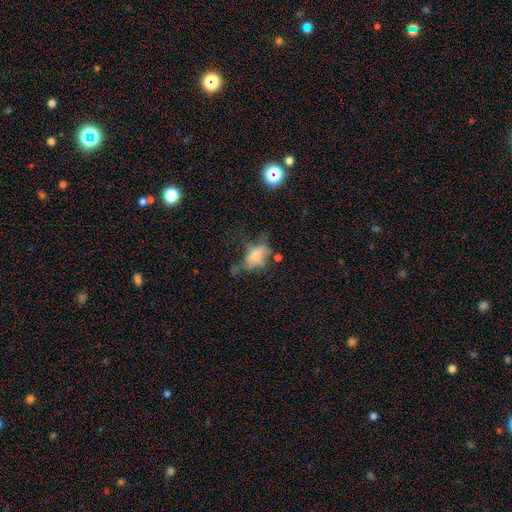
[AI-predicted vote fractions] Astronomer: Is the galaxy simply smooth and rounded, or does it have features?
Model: smooth — 49% (runner-up: featured or disk, 36%).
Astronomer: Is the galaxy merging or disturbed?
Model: major disturbance — 37% (runner-up: none, 30%).